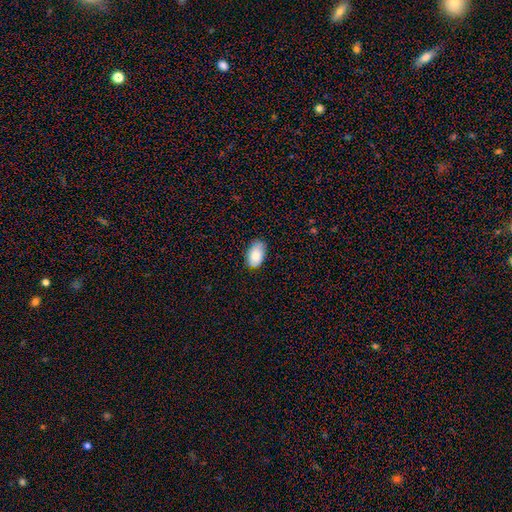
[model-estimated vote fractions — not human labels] Smooth or featured: smooth — 83% (featured or disk — 10%)
How rounded: in between — 92% (round — 6%)
Merging: none — 77% (minor disturbance — 19%)